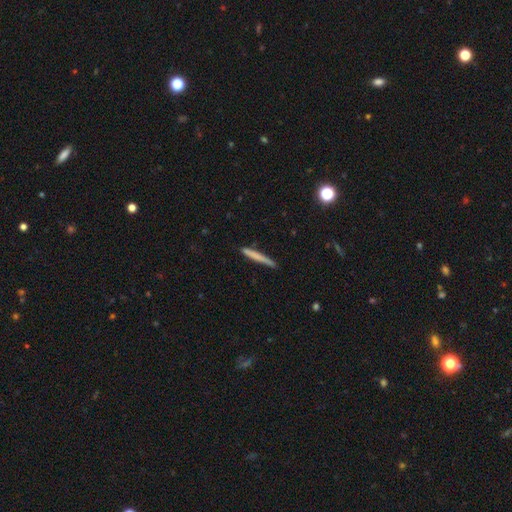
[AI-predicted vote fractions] Q: Smooth or featured?
A: smooth (69%); runner-up: featured or disk (24%)
Q: How rounded?
A: cigar-shaped (96%); runner-up: in between (3%)
Q: Merging?
A: none (82%); runner-up: minor disturbance (14%)